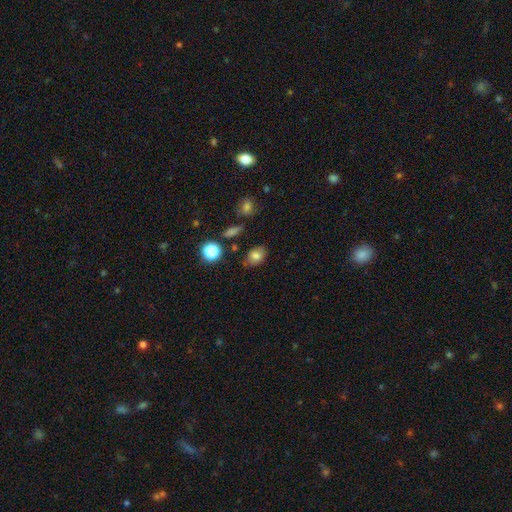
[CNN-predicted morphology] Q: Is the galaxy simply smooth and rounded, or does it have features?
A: smooth — 72%.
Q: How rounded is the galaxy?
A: in between — 71%.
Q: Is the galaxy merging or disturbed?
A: none — 68%.